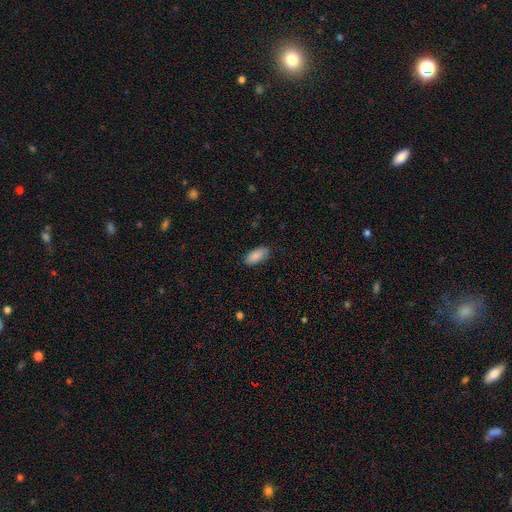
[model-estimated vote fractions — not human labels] The model was most divided on "merging": none: 83%, minor disturbance: 13%, major disturbance: 2%, merger: 1%. More confident: how rounded — in between (91%); smooth or featured — smooth (88%).